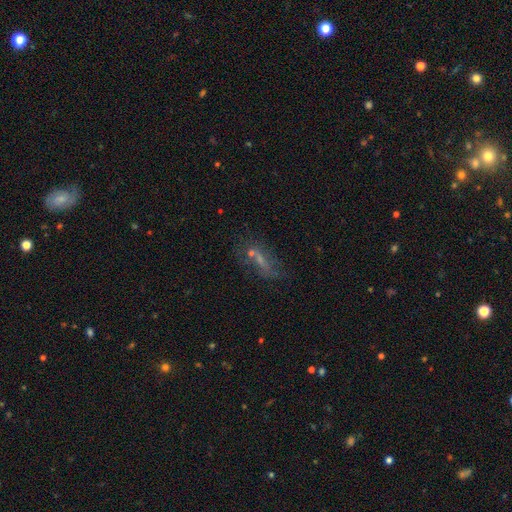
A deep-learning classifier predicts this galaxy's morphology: The model was most divided on "smooth or featured": smooth: 38%, featured or disk: 34%, star or artifact: 27%. More confident: merging — none (50%).